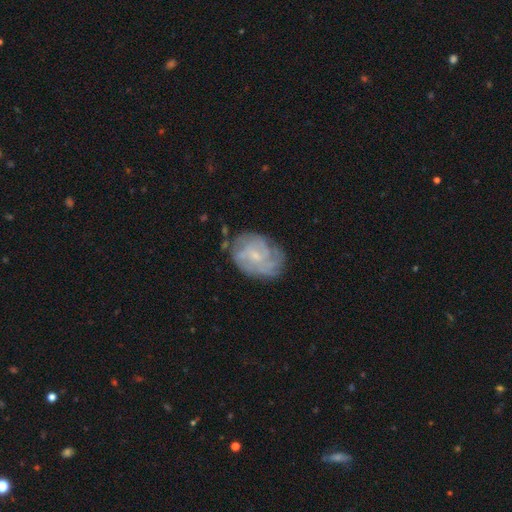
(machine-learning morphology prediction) This appears to be a featured or disk galaxy (73%) with no bar (62%), tight (56%) spiral arms (86%) and a small central bulge (66%). Merging: none (68%).